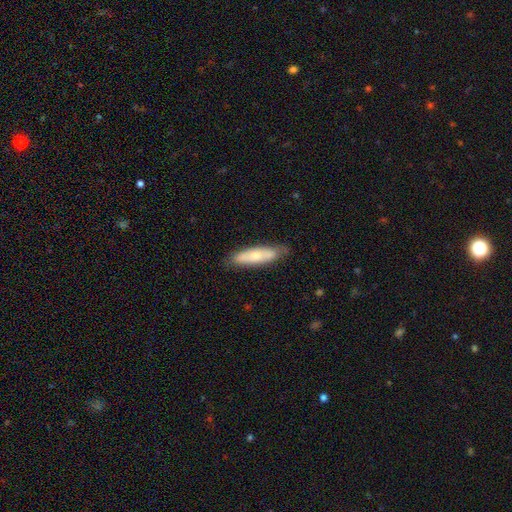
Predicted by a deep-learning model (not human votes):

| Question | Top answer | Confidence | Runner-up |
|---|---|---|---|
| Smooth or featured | smooth | 60% | featured or disk (35%) |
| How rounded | cigar-shaped | 66% | in between (33%) |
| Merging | none | 80% | minor disturbance (16%) |